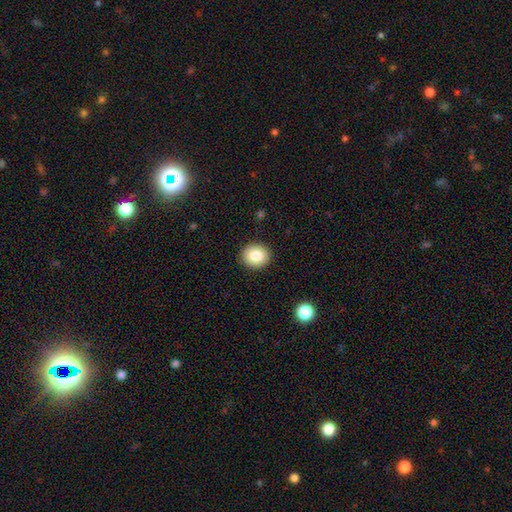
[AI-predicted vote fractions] Overall: smooth (85%). How rounded: round (78%). Merging: none (91%).